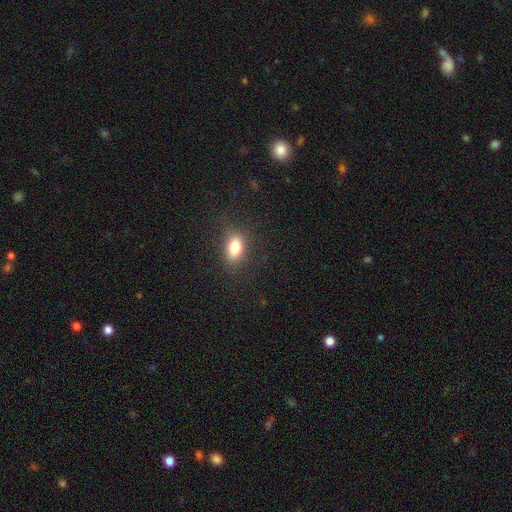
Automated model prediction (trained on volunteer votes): This appears to be a smooth galaxy with no disk features (66%) that is in between round and cigar-shaped (56%). Merging: none (88%).